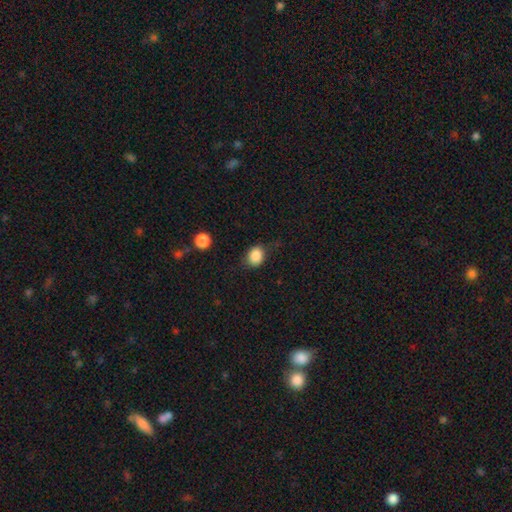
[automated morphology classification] Smooth or featured?
  - smooth: 86% *
  - star or artifact: 9%
  - featured or disk: 5%
How rounded?
  - in between: 51% *
  - round: 48%
  - cigar-shaped: 1%
Merging?
  - none: 74% *
  - minor disturbance: 19%
  - major disturbance: 5%
  - merger: 2%